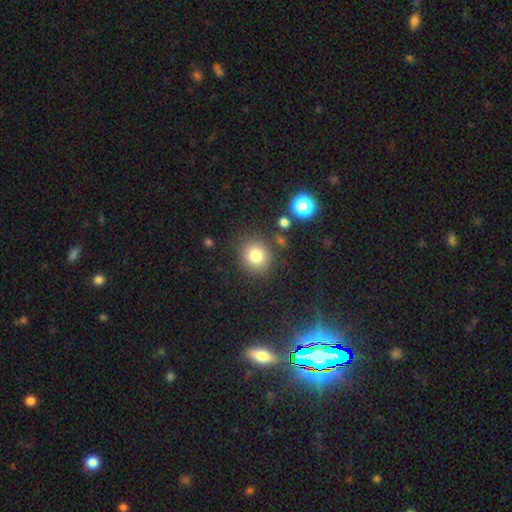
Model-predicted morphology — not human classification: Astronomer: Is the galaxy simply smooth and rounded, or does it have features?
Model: smooth — 80%.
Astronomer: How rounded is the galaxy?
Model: round — 83%.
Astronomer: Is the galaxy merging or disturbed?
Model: none — 83%.